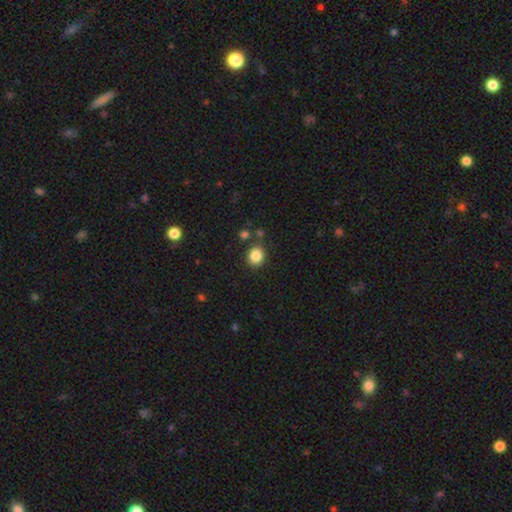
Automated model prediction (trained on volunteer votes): Smooth or featured?
  - smooth: 85% *
  - star or artifact: 10%
  - featured or disk: 5%
How rounded?
  - round: 79% *
  - in between: 20%
  - cigar-shaped: 1%
Merging?
  - none: 83% *
  - minor disturbance: 8%
  - merger: 6%
  - major disturbance: 3%